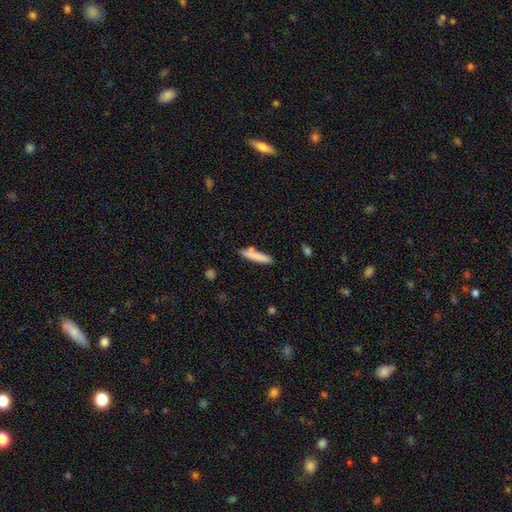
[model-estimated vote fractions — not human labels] This appears to be a smooth galaxy with no disk features (80%) that is cigar-shaped (86%). Merging: none (75%).